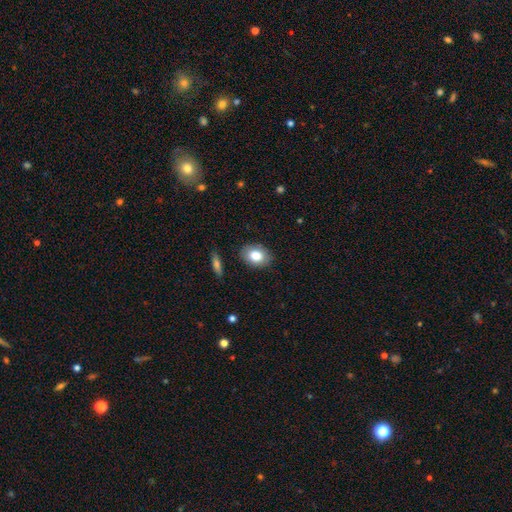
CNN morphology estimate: Smooth or featured? Predicted: smooth (p=0.80). How rounded? Predicted: in between (p=0.74). Merging? Predicted: none (p=0.86).